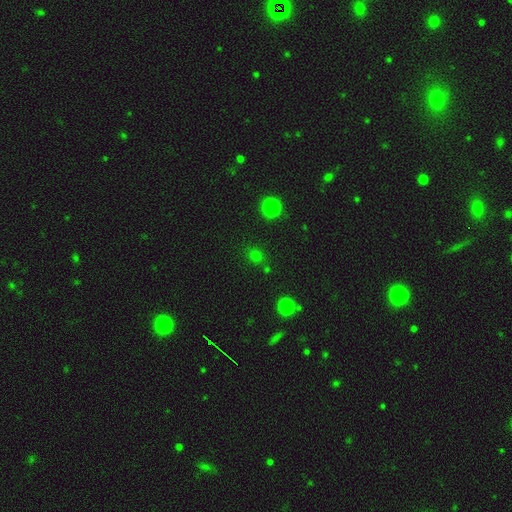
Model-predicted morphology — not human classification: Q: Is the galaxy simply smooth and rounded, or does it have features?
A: smooth — 70%.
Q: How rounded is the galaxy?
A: round — 81%.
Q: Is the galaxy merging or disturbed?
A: none — 81%.